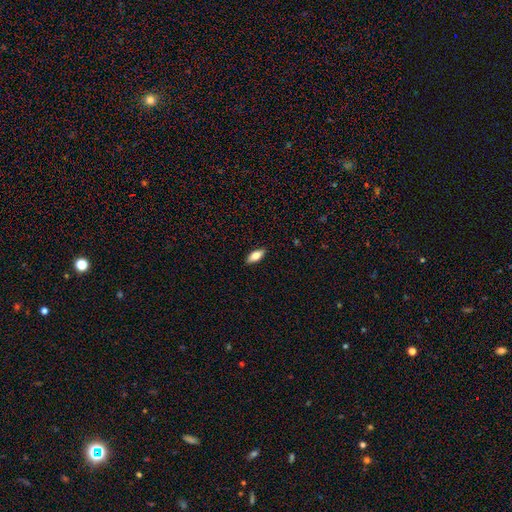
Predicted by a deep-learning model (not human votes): Overall: smooth (74%). How rounded: in between (79%). Merging: none (89%).